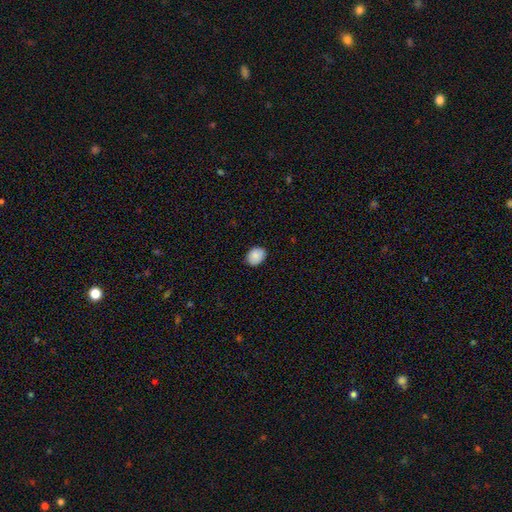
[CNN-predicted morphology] This is clearly a smooth galaxy (87%). How rounded: likely in between (62%). Merging: clearly none (86%).